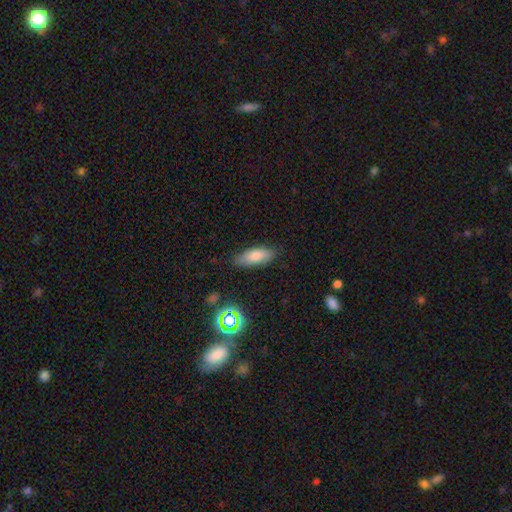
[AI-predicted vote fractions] The model was most divided on "how rounded": in between: 73%, cigar-shaped: 24%, round: 3%. More confident: merging — none (82%); smooth or featured — smooth (78%).